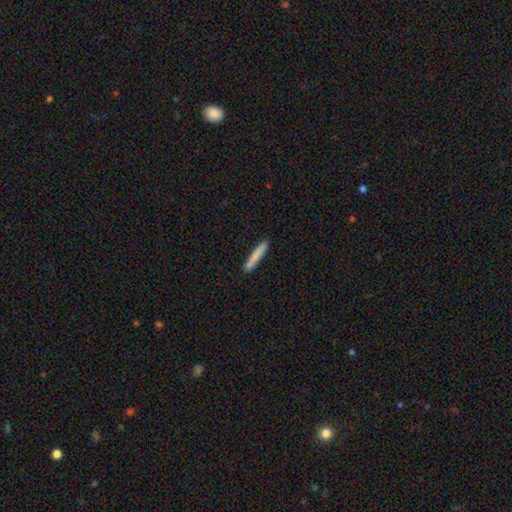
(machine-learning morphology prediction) smooth 81%, featured or disk 13%, star or artifact 6%. Down the decision tree: how rounded — cigar-shaped (95%); merging — none (91%).